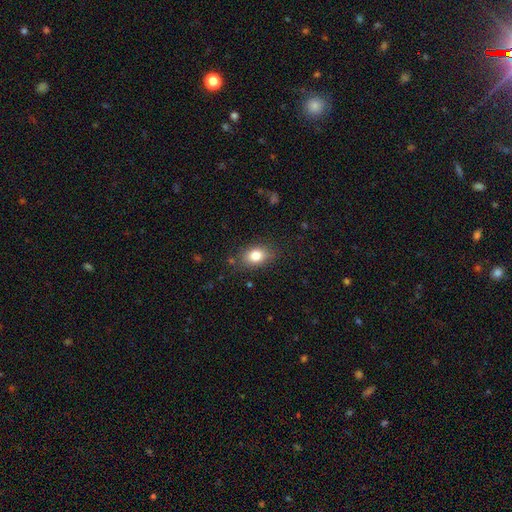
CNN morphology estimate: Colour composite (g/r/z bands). It shows a smooth galaxy with no disk features (81%) that is in between round and cigar-shaped (78%). Merging: none (81%).